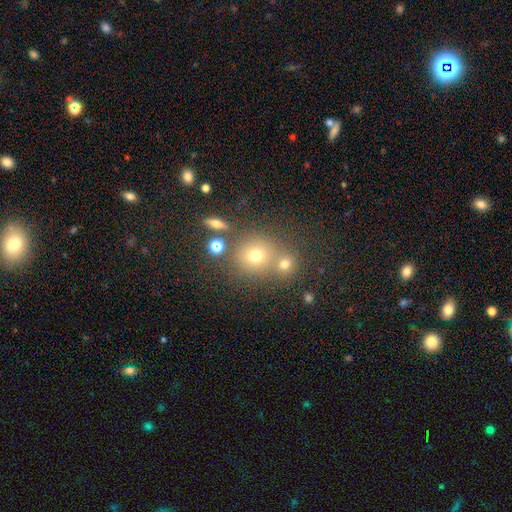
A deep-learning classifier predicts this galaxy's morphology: Q: Smooth or featured?
A: smooth (68%); runner-up: star or artifact (19%)
Q: How rounded?
A: round (86%); runner-up: in between (12%)
Q: Merging?
A: none (61%); runner-up: merger (26%)